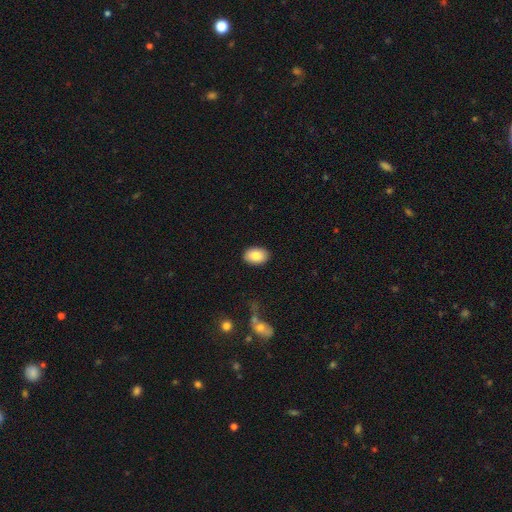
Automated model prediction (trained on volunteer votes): A smooth galaxy with no disk features (83%) that is in between round and cigar-shaped (87%).

Vote fractions:
- Smooth or featured? smooth: 83% / featured or disk: 10% / star or artifact: 7%
- How rounded? in between: 87% / round: 11% / cigar-shaped: 1%
- Merging? none: 88% / minor disturbance: 8% / major disturbance: 2% / merger: 1%